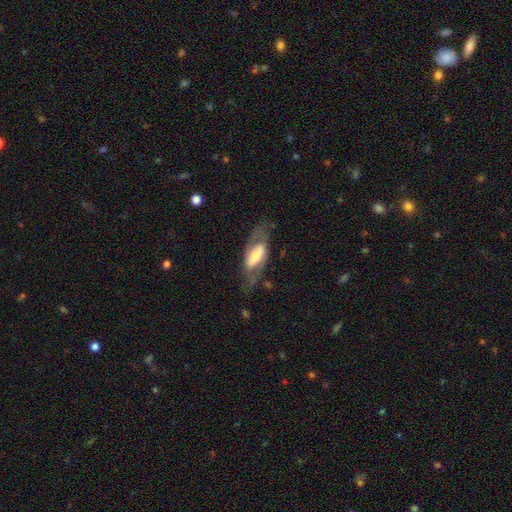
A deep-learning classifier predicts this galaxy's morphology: smooth-or-featured: featured or disk: 61% | smooth: 33% | star or artifact: 6%
  disk-edge-on: no: 83% | yes: 17%
    bar: strong: 37% | no: 32% | weak: 31%
    has-spiral-arms: yes: 60% | no: 40%
    bulge-size: moderate: 43% | small: 28% | large: 22% | dominant: 4% | none: 3%
  merging: none: 63% | minor disturbance: 20% | major disturbance: 16% | merger: 2%